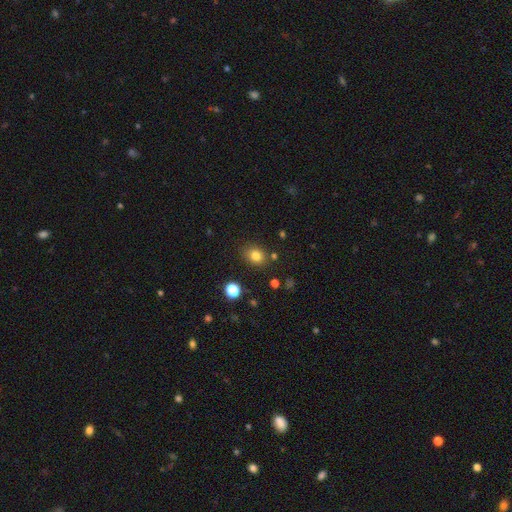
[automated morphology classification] smooth_or_featured: smooth (p=0.81) [alt: star or artifact p=0.13]
how_rounded: round (p=0.62) [alt: in between p=0.38]
merging: none (p=0.83) [alt: minor disturbance p=0.11]